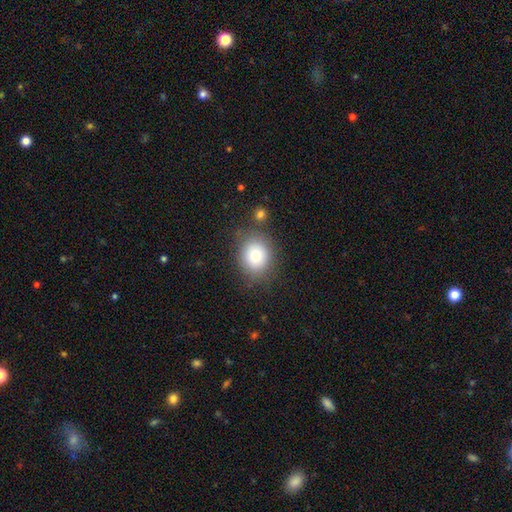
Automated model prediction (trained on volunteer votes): Smooth or featured? smooth (77%)
How rounded? round (71%)
Merging? none (79%)